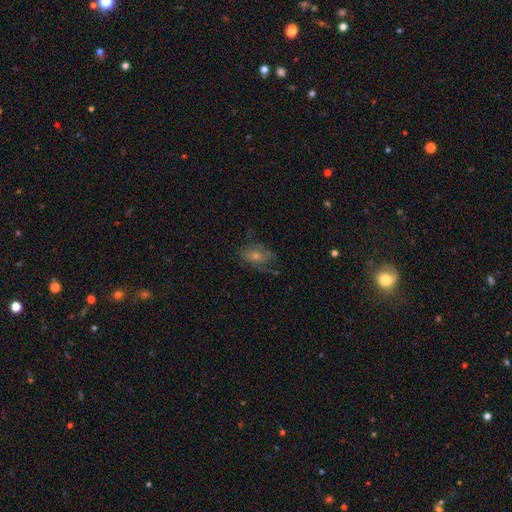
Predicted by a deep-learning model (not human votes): smooth_or_featured: featured or disk (p=0.54) [alt: smooth p=0.27]
disk_edge_on: no (p=0.94) [alt: yes p=0.06]
bar: no (p=0.72) [alt: weak p=0.23]
has_spiral_arms: yes (p=0.72) [alt: no p=0.28]
bulge_size: moderate (p=0.47) [alt: small p=0.44]
merging: none (p=0.62) [alt: minor disturbance p=0.21]